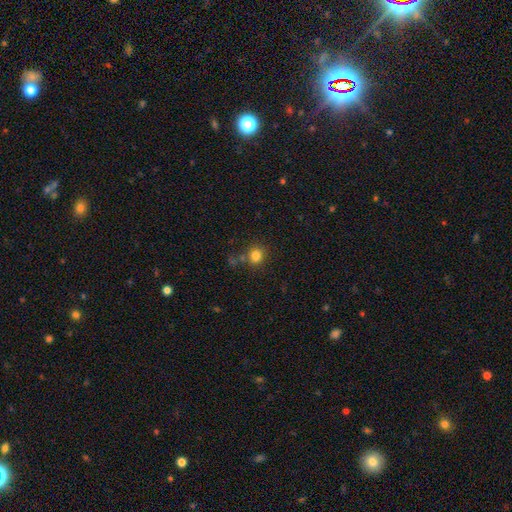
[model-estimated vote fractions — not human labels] Morphology: type=smooth (81%); roundness=round (83%); merging=none (72%).